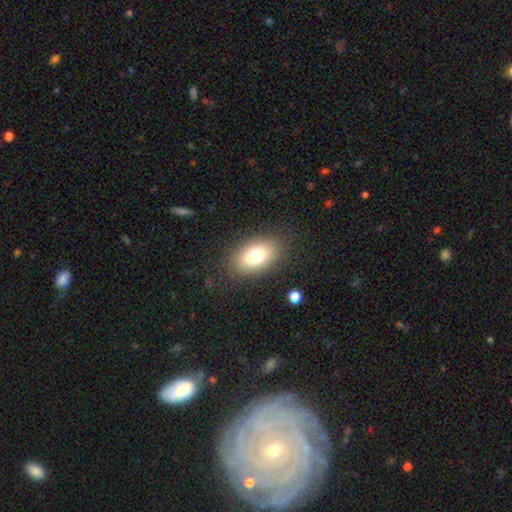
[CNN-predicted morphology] Overall: smooth (75%). How rounded: in between (88%). Merging: none (84%).